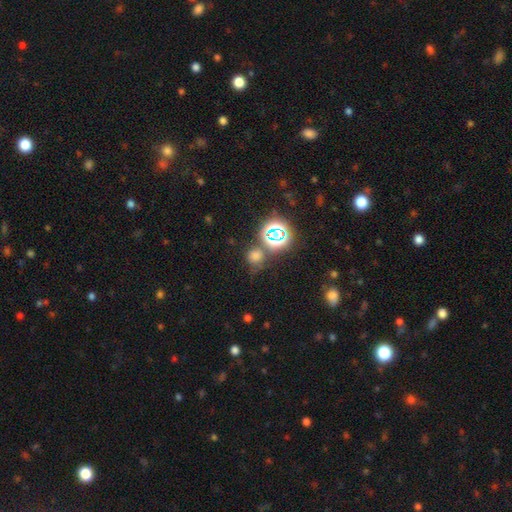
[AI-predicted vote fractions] Smooth or featured? smooth (59%)
How rounded? round (85%)
Merging? none (68%)